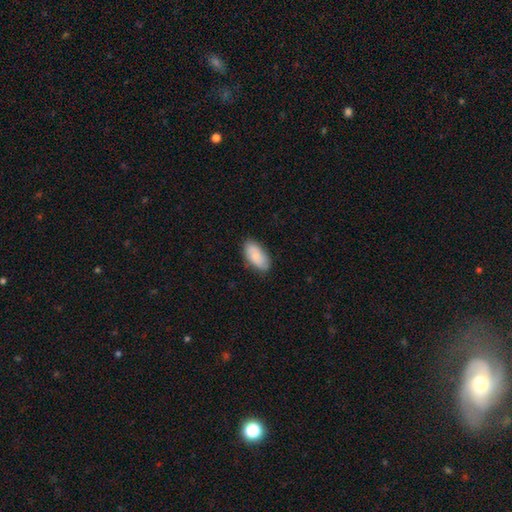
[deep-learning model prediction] smooth 71%, featured or disk 23%, star or artifact 6%. Down the decision tree: how rounded — in between (93%); merging — none (79%).